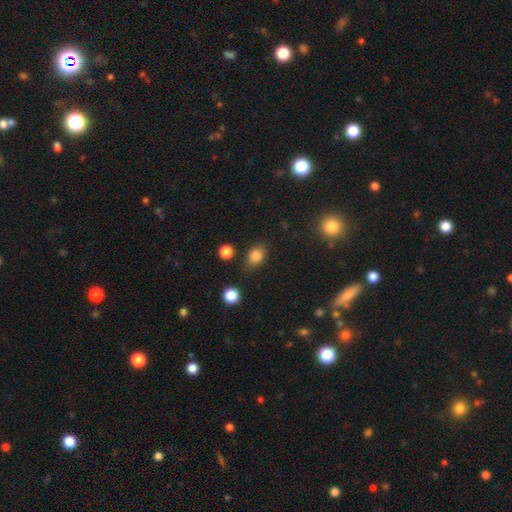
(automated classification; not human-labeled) smooth 83%, star or artifact 11%, featured or disk 6%. Down the decision tree: how rounded — in between (69%); merging — none (75%).